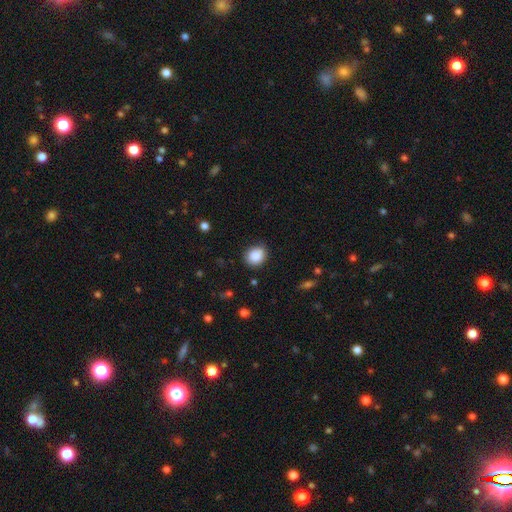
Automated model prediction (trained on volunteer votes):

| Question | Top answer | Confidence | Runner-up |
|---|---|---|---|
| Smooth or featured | smooth | 87% | star or artifact (9%) |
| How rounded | round | 68% | in between (31%) |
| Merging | none | 78% | minor disturbance (17%) |